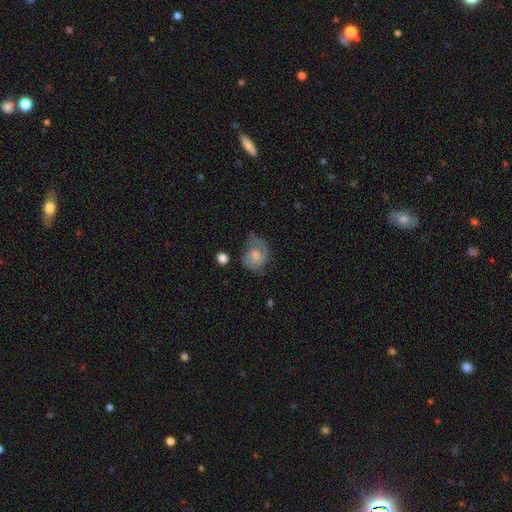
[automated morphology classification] type=smooth (51%); roundness=round (56%); merging=none (43%).